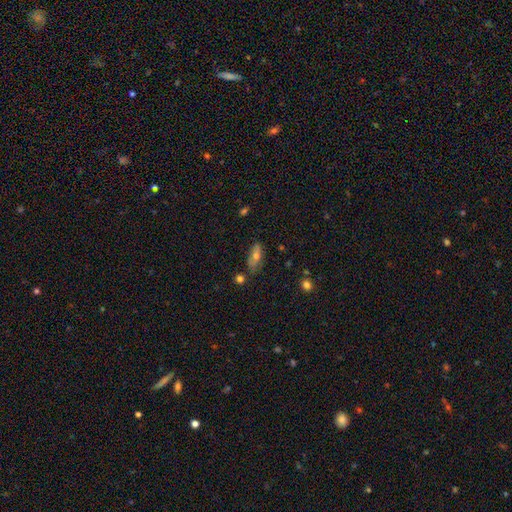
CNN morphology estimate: The model was most divided on "smooth or featured": smooth: 50%, featured or disk: 37%, star or artifact: 13%. More confident: merging — none (76%); how rounded — in between (63%).